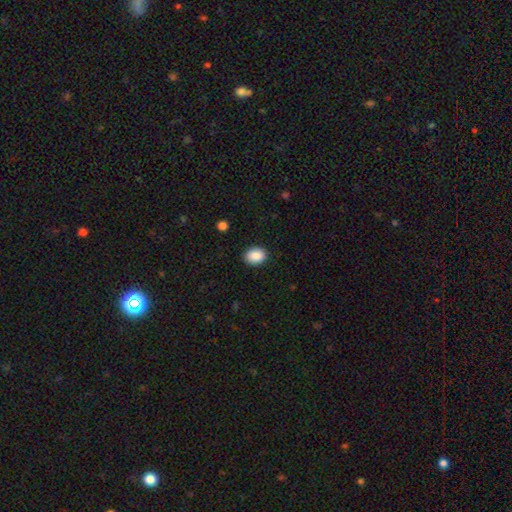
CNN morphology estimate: Smooth or featured?
  - smooth: 89% *
  - star or artifact: 8%
  - featured or disk: 3%
How rounded?
  - in between: 63% *
  - round: 36%
  - cigar-shaped: 1%
Merging?
  - none: 89% *
  - minor disturbance: 8%
  - major disturbance: 2%
  - merger: 1%